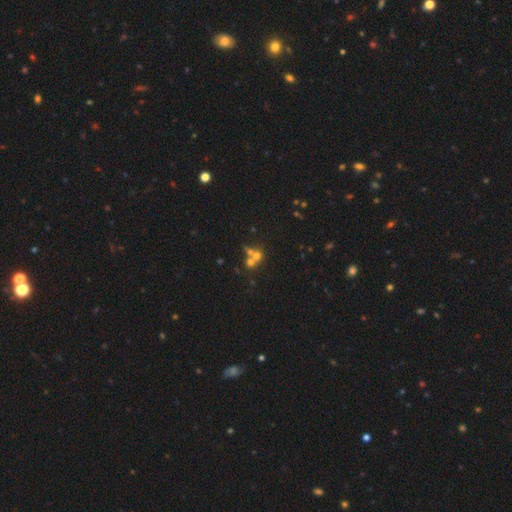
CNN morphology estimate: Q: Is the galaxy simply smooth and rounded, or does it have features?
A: smooth — 51%.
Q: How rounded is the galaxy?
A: round — 78%.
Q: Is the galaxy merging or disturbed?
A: merger — 57%.